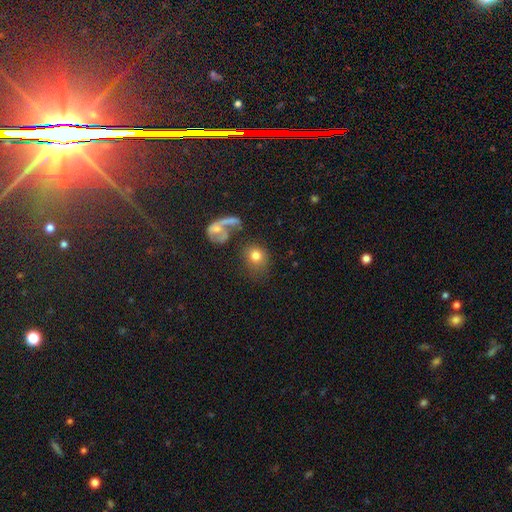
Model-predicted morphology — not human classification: Smooth or featured: smooth — 76% (featured or disk — 14%)
How rounded: round — 75% (in between — 24%)
Merging: none — 54% (merger — 18%)